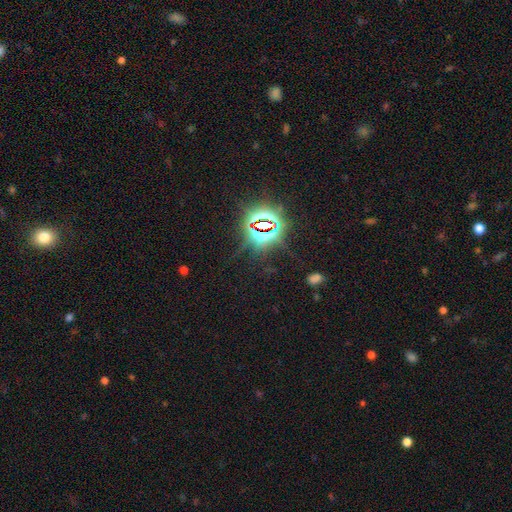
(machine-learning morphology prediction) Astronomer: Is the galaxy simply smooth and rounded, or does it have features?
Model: star or artifact — 83%.